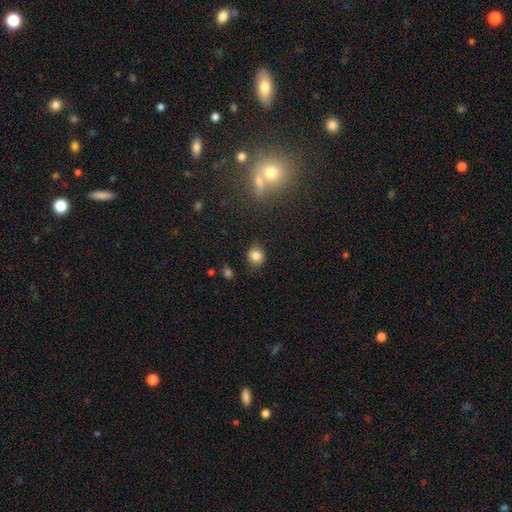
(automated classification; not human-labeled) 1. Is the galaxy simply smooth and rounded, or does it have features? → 82% smooth, 12% star or artifact, 6% featured or disk.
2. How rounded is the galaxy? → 78% round, 21% in between, 1% cigar-shaped.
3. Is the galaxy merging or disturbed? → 82% none, 12% minor disturbance, 3% major disturbance, 2% merger.